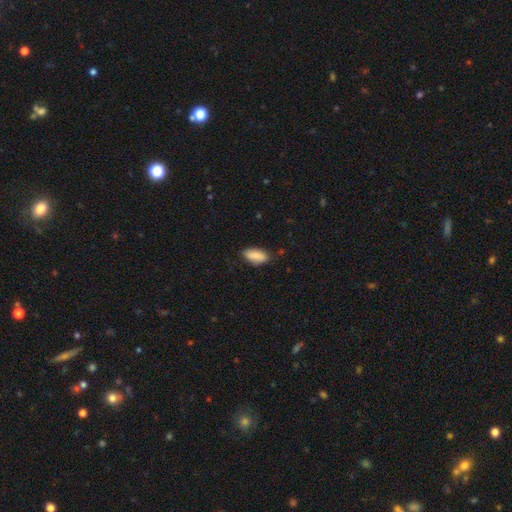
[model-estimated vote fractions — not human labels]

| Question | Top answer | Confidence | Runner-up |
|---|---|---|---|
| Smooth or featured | smooth | 86% | featured or disk (7%) |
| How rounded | in between | 84% | cigar-shaped (13%) |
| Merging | none | 82% | minor disturbance (14%) |